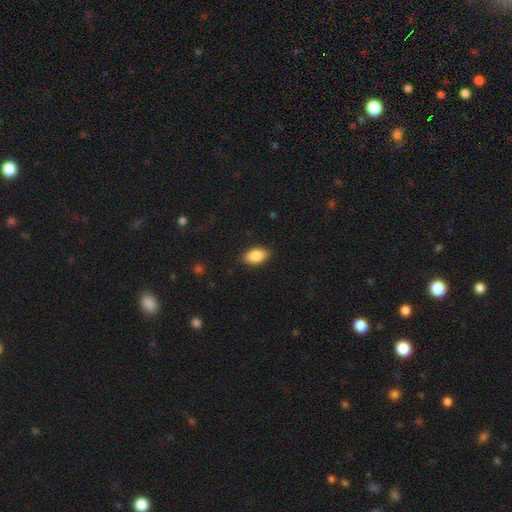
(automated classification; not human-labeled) Q: Smooth or featured?
A: smooth (88%); runner-up: star or artifact (7%)
Q: How rounded?
A: in between (93%); runner-up: round (5%)
Q: Merging?
A: none (87%); runner-up: minor disturbance (10%)